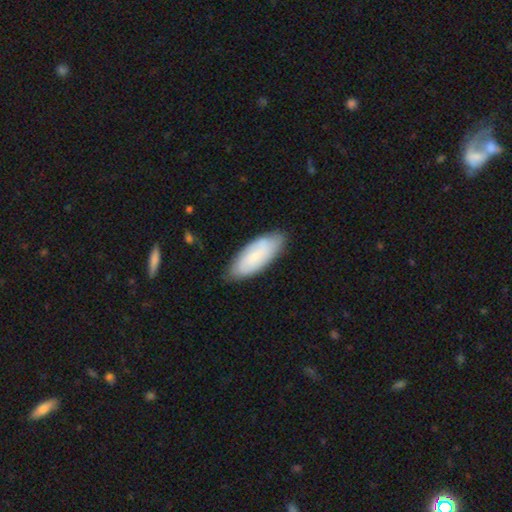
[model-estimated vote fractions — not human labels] Morphology: type=smooth (62%); roundness=in between (78%); merging=none (79%).